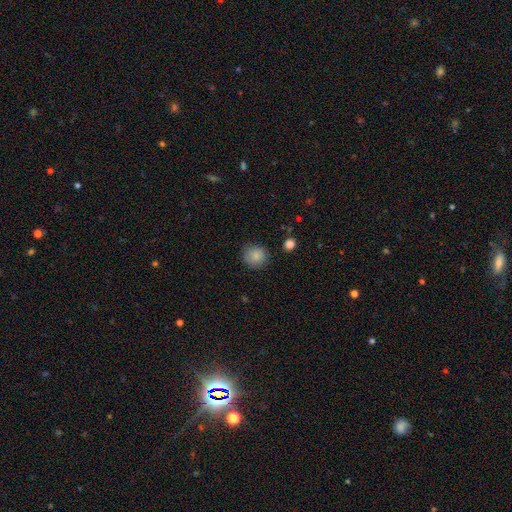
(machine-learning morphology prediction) The model was most divided on "merging": none: 83%, minor disturbance: 12%, major disturbance: 3%, merger: 2%. More confident: how rounded — round (89%); smooth or featured — smooth (85%).